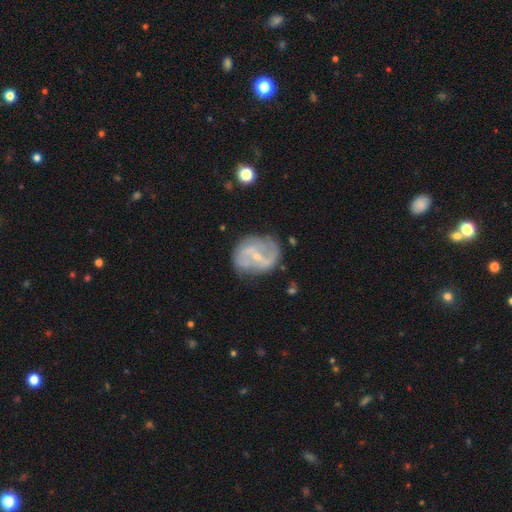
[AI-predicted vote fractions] Morphology: type=featured or disk (80%); edge-on=no (97%); bar=weak (47%); spiral arms=yes (85%); winding=loose (42%); arm count=2 (79%); bulge=small (72%); merging=none (67%).